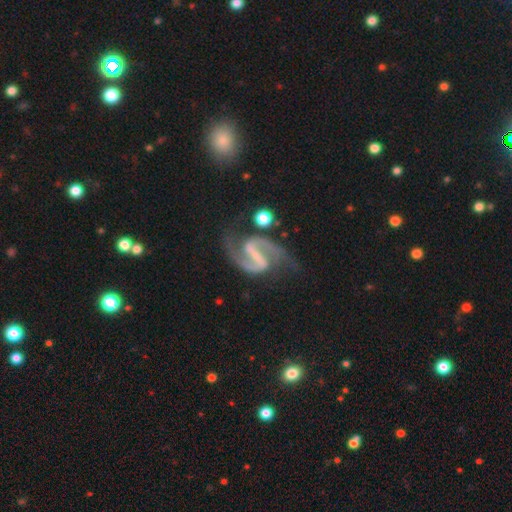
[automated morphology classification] Smooth or featured: featured or disk — 93% (star or artifact — 5%)
Edge-on disk: no — 98% (yes — 2%)
Bar: strong — 70% (weak — 23%)
Spiral arms: yes — 98% (no — 2%)
Spiral winding: medium — 58% (loose — 28%)
Spiral arm count: 2 — 95% (can't tell — 1%)
Bulge size: small — 44% (none — 42%)
Merging: none — 73% (minor disturbance — 15%)